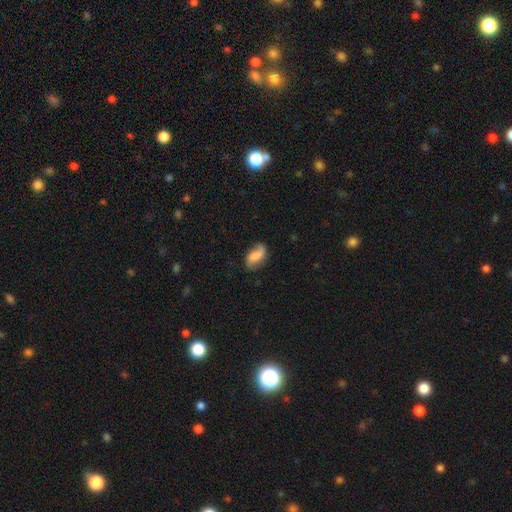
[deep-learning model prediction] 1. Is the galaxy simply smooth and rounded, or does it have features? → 52% smooth, 39% featured or disk, 8% star or artifact.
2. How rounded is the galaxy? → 89% in between, 7% round, 4% cigar-shaped.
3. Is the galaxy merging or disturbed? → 68% none, 23% minor disturbance, 8% major disturbance, 2% merger.